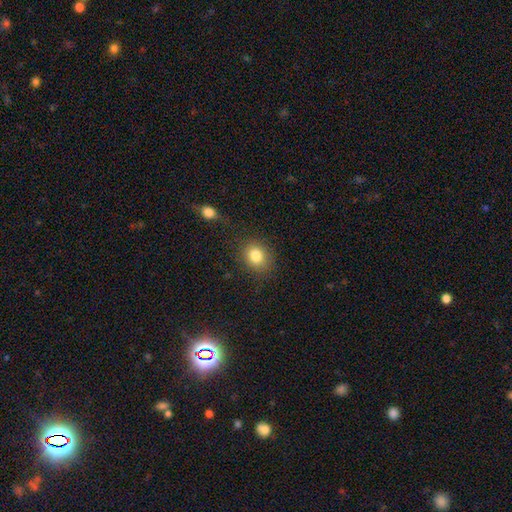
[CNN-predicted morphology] Smooth or featured? smooth (83%)
How rounded? round (60%)
Merging? none (82%)